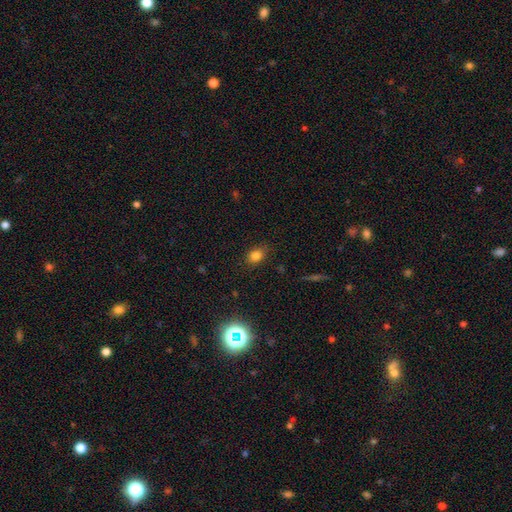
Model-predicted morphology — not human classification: A smooth galaxy with no disk features (80%) that is in between round and cigar-shaped (60%).

Vote fractions:
- Smooth or featured? smooth: 80% / star or artifact: 13% / featured or disk: 6%
- How rounded? in between: 60% / round: 39% / cigar-shaped: 2%
- Merging? none: 82% / minor disturbance: 13% / major disturbance: 3% / merger: 1%